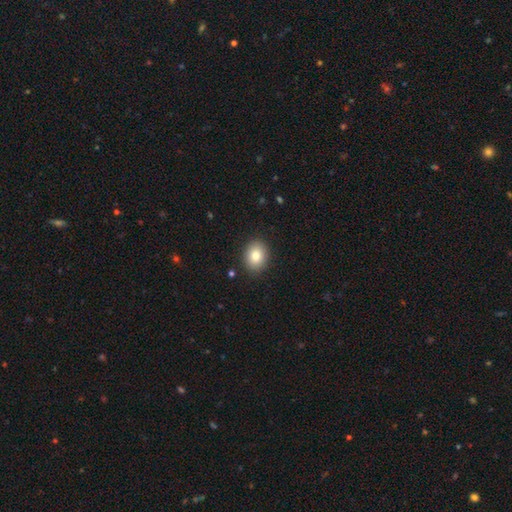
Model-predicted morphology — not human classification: smooth-or-featured: smooth: 82% | featured or disk: 9% | star or artifact: 9%
  how-rounded: round: 54% | in between: 45% | cigar-shaped: 1%
  merging: none: 89% | minor disturbance: 7% | major disturbance: 2% | merger: 1%